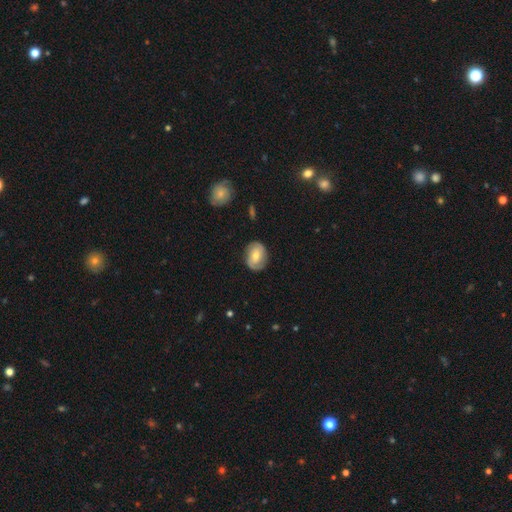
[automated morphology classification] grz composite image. It shows a featured or disk galaxy (52%) with no bar (54%), spiral arms (79%) and a moderate central bulge (61%). Merging: none (79%).